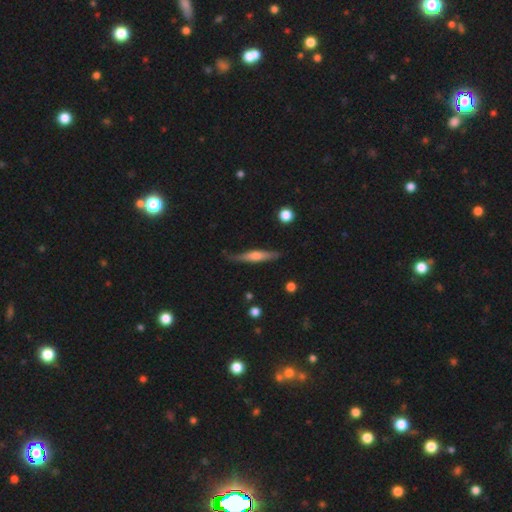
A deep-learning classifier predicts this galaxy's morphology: Overall: featured or disk (50%; smooth 44%). Edge-on disk: yes (93%). Merging: none (76%).